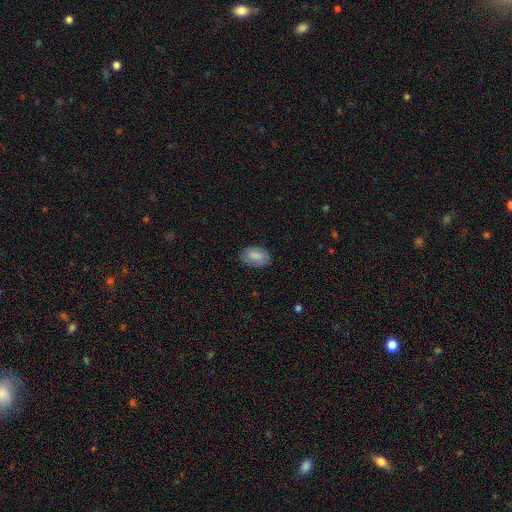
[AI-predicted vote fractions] Smooth or featured? smooth (84%)
How rounded? in between (91%)
Merging? none (79%)